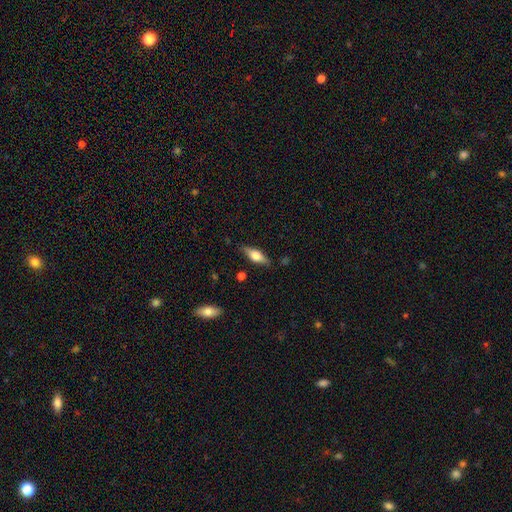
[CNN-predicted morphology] Smooth or featured? Predicted: featured or disk (p=0.48). Merging? Predicted: none (p=0.83).